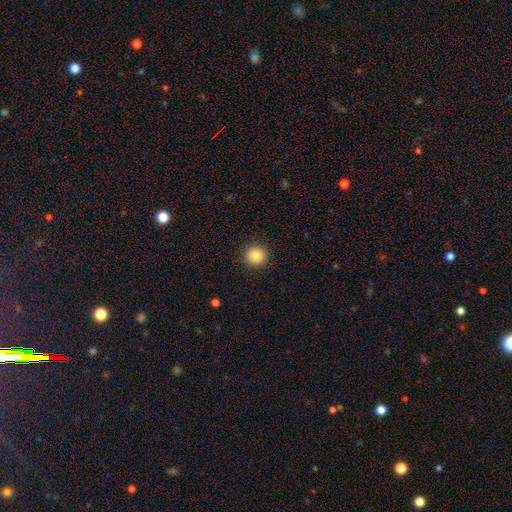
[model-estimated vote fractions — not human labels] smooth_or_featured: smooth (p=0.85) [alt: star or artifact p=0.10]
how_rounded: round (p=0.92) [alt: in between p=0.07]
merging: none (p=0.91) [alt: minor disturbance p=0.06]